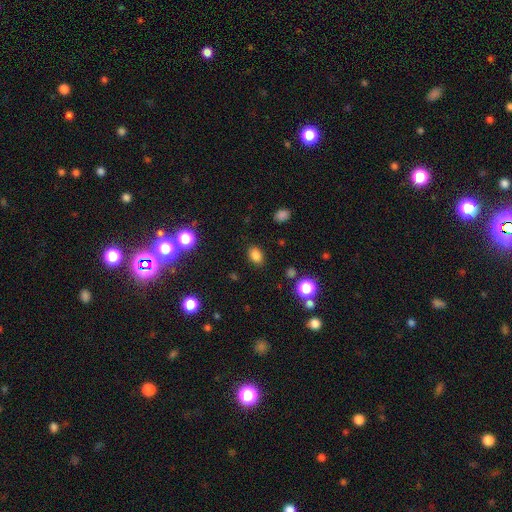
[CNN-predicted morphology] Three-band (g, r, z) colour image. It shows a smooth galaxy with no disk features (80%) that is in between round and cigar-shaped (76%). Merging: none (86%).